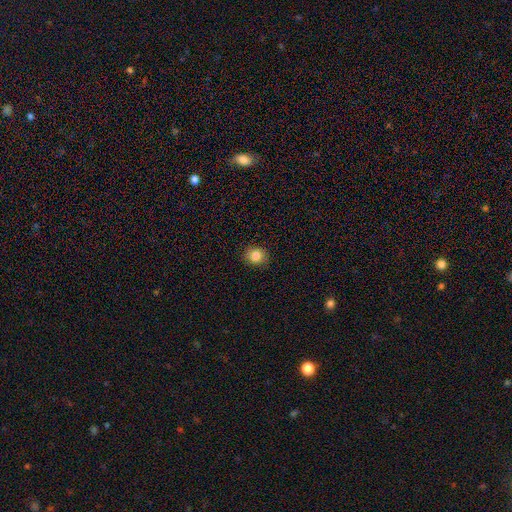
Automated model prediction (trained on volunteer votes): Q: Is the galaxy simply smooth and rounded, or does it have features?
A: smooth — 84%.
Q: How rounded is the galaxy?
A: round — 75%.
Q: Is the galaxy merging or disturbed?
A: none — 88%.